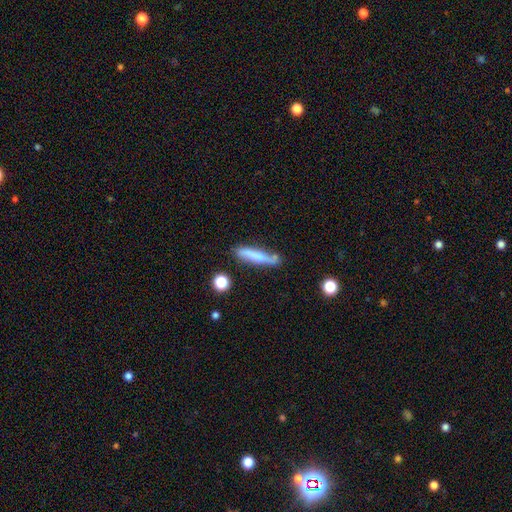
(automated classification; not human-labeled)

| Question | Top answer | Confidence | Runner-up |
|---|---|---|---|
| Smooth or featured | smooth | 62% | featured or disk (30%) |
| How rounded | cigar-shaped | 88% | in between (10%) |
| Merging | none | 65% | minor disturbance (22%) |